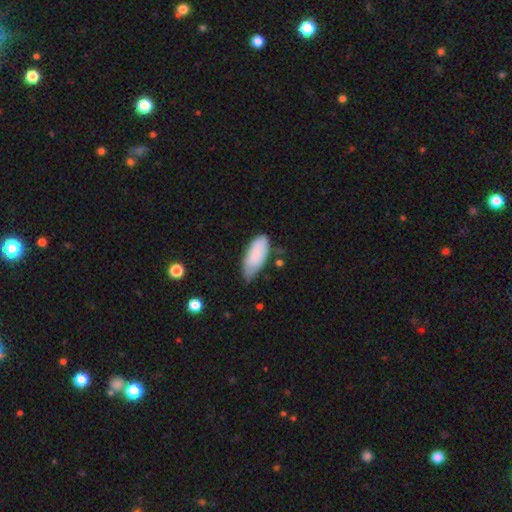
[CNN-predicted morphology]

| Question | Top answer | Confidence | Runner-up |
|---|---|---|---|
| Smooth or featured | smooth | 83% | featured or disk (11%) |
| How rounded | in between | 85% | cigar-shaped (13%) |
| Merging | none | 53% | minor disturbance (38%) |